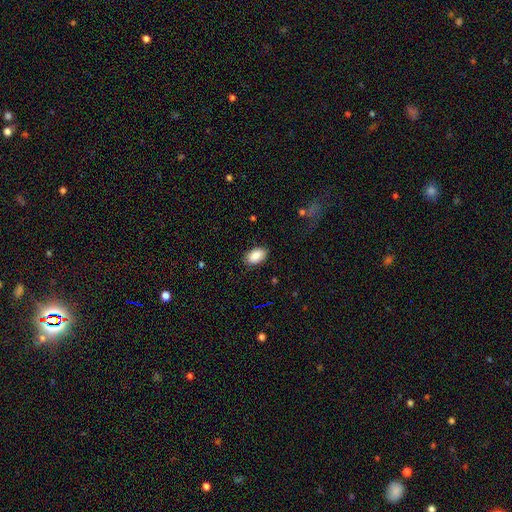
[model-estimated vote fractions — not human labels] Q: Smooth or featured?
A: smooth (87%); runner-up: star or artifact (7%)
Q: How rounded?
A: in between (92%); runner-up: round (7%)
Q: Merging?
A: none (86%); runner-up: minor disturbance (11%)